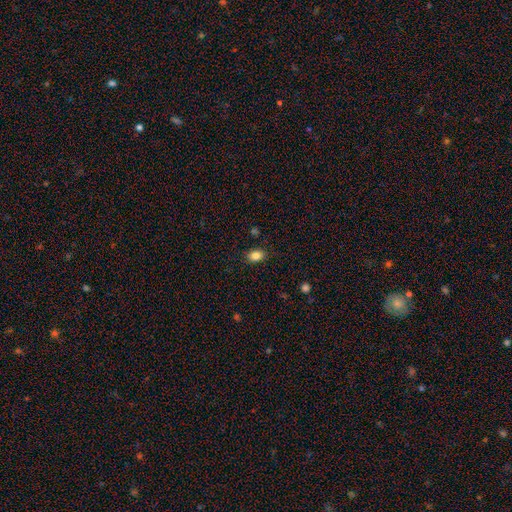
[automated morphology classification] Smooth or featured? smooth (84%)
How rounded? in between (74%)
Merging? none (86%)